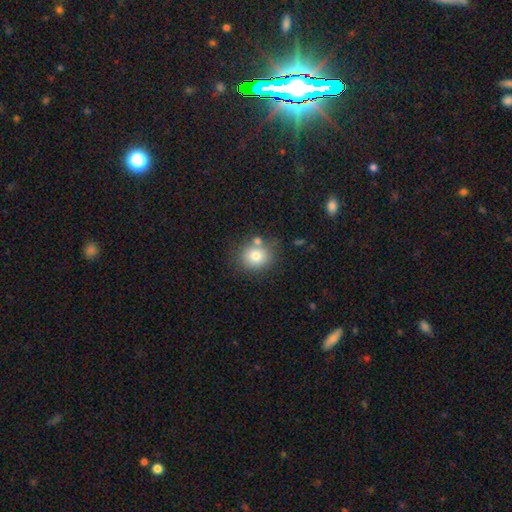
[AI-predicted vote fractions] smooth_or_featured: smooth (p=0.78) [alt: featured or disk p=0.11]
how_rounded: round (p=0.77) [alt: in between p=0.22]
merging: none (p=0.71) [alt: minor disturbance p=0.12]